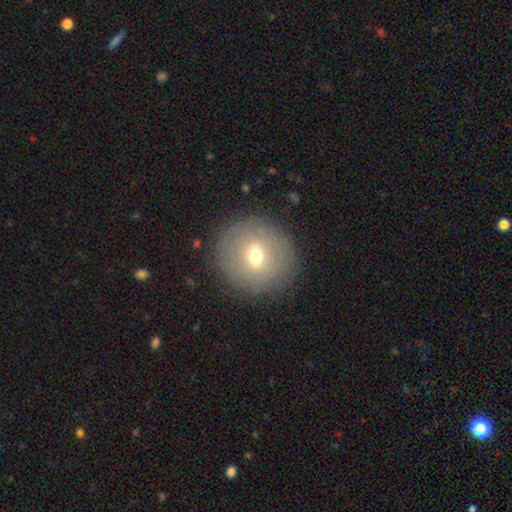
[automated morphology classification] Q: Smooth or featured?
A: smooth (59%); runner-up: featured or disk (30%)
Q: How rounded?
A: round (93%); runner-up: in between (6%)
Q: Merging?
A: none (88%); runner-up: minor disturbance (8%)